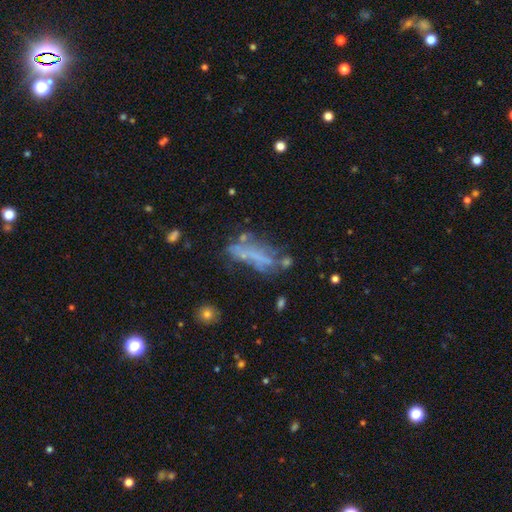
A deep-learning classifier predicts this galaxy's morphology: smooth-or-featured: featured or disk: 46% | smooth: 35% | star or artifact: 19%
  merging: none: 42% | major disturbance: 24% | minor disturbance: 22% | merger: 13%